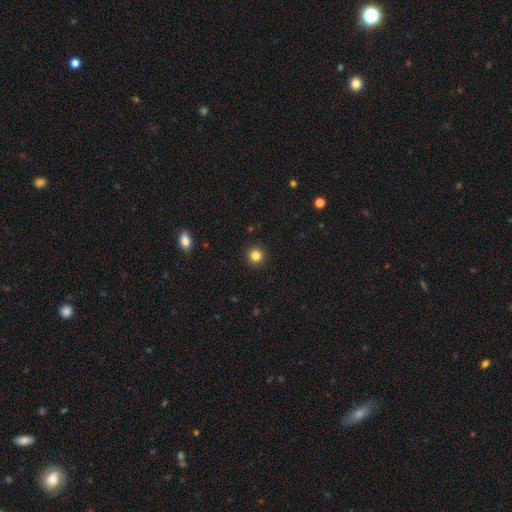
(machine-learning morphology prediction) type=smooth (84%); roundness=round (95%); merging=none (93%).